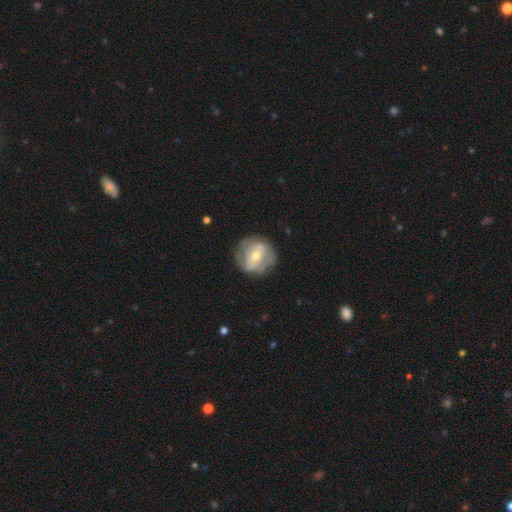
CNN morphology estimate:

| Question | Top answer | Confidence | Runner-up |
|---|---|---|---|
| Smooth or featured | featured or disk | 65% | smooth (28%) |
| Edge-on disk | no | 96% | yes (4%) |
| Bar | weak | 40% | no (33%) |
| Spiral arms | yes | 64% | no (36%) |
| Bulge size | moderate | 61% | small (35%) |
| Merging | none | 75% | minor disturbance (17%) |